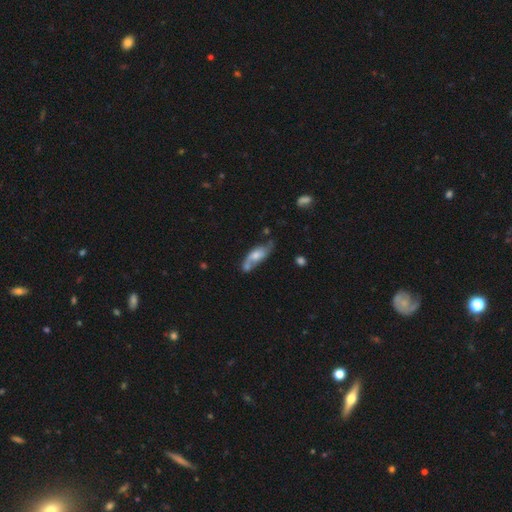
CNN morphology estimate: type=featured or disk (52%); edge-on=no (78%); merging=none (44%).